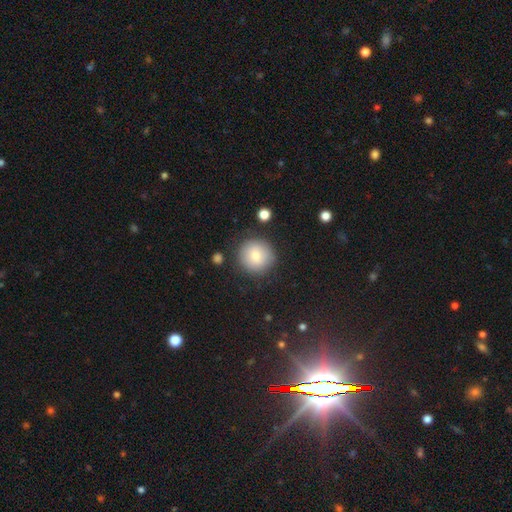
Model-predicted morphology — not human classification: This is likely a smooth galaxy (78%). How rounded: clearly round (94%). Merging: clearly none (84%).